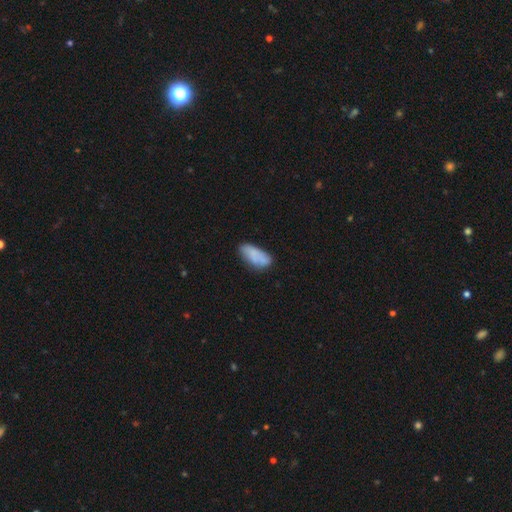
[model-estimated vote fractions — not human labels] A smooth galaxy with no disk features (74%) that is in between round and cigar-shaped (86%). Merging: none (53%).